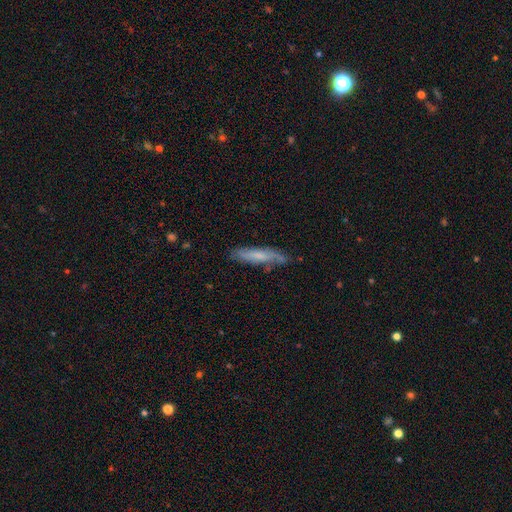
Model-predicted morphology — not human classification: smooth 51%, featured or disk 42%, star or artifact 7%. Down the decision tree: how rounded — cigar-shaped (83%); merging — none (72%).